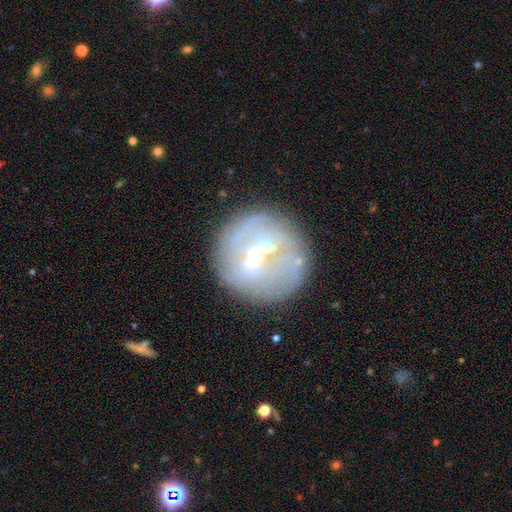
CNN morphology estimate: A featured or disk galaxy (51%). Merging: none (67%).